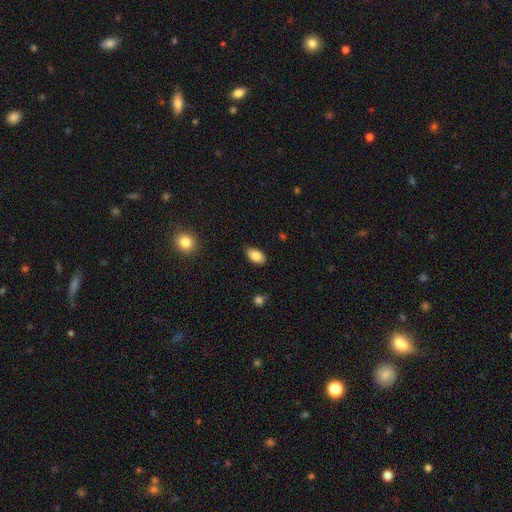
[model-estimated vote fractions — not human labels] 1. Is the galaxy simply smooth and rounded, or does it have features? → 85% smooth, 8% star or artifact, 7% featured or disk.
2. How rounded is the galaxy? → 92% in between, 6% round, 2% cigar-shaped.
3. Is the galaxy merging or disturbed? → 81% none, 15% minor disturbance, 2% major disturbance, 1% merger.